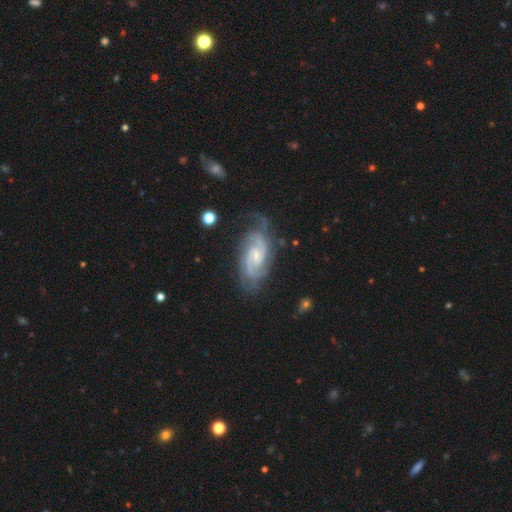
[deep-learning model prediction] The model was most divided on "bar": no: 50%, weak: 41%, strong: 9%. More confident: spiral arms — yes (98%); edge-on disk — no (97%); smooth or featured — featured or disk (89%); merging — none (70%); bulge size — small (68%); spiral arm count — 2 (65%); spiral winding — tight (51%).